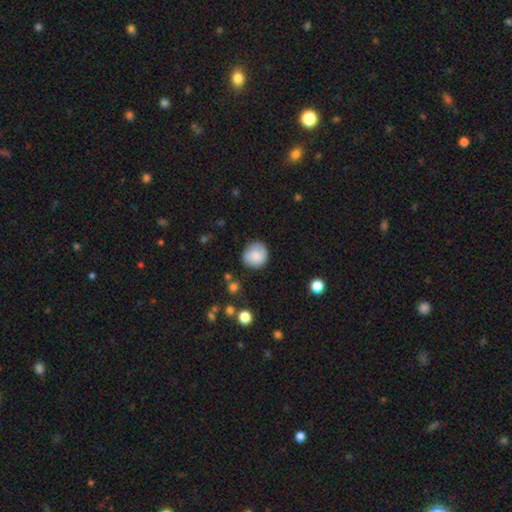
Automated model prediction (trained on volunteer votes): smooth 79%, featured or disk 14%, star or artifact 8%. Down the decision tree: how rounded — round (90%); merging — none (80%).